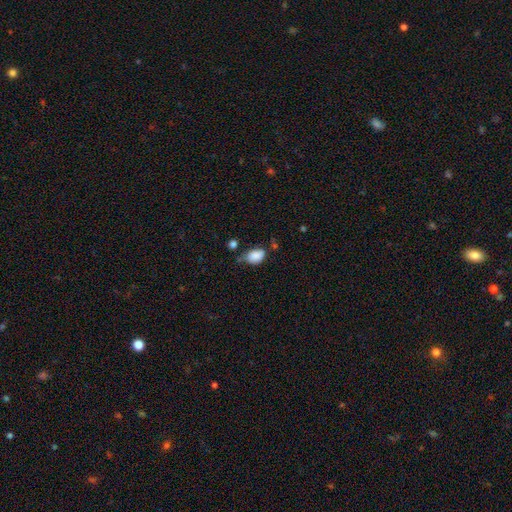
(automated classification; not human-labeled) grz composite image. It shows a smooth galaxy with no disk features (84%) that is in between round and cigar-shaped (79%). Merging: none (40%).